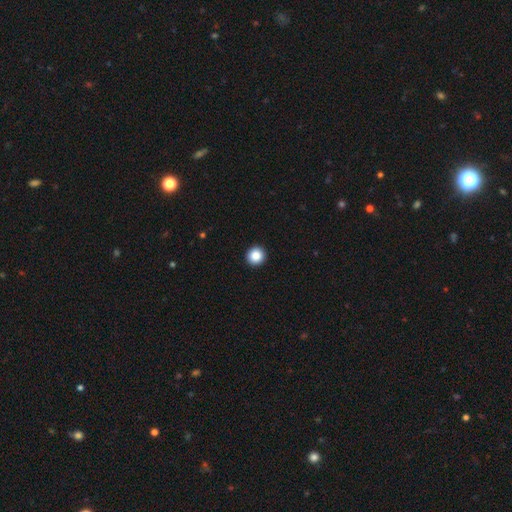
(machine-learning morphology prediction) Overall: smooth (87%). How rounded: round (95%). Merging: none (94%).